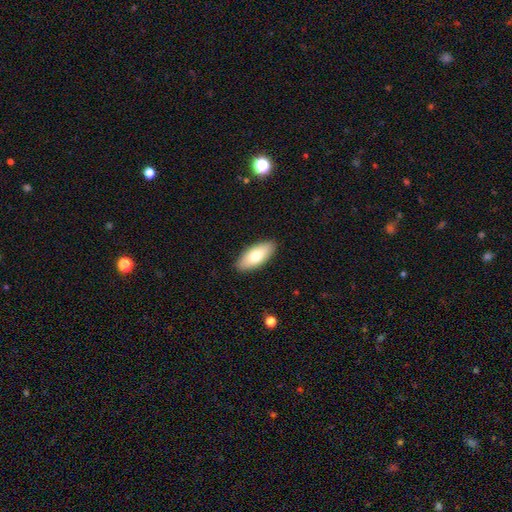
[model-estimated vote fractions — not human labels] Smooth or featured: smooth — 74% (featured or disk — 20%)
How rounded: in between — 85% (cigar-shaped — 13%)
Merging: none — 89% (minor disturbance — 8%)